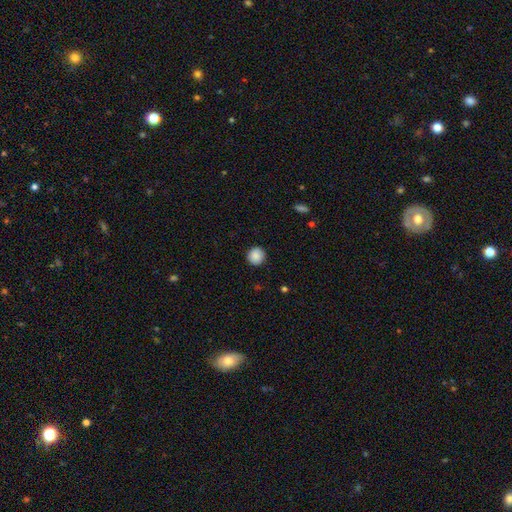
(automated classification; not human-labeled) This appears to be a smooth galaxy with no disk features (88%) that is round (94%). Merging: none (91%).